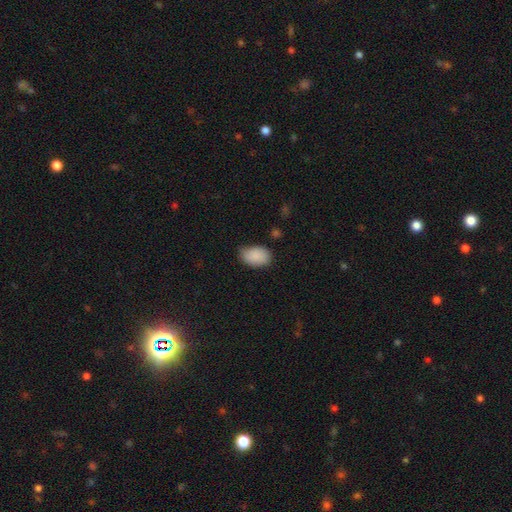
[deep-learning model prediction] Overall: smooth (87%). How rounded: in between (85%). Merging: none (58%; minor disturbance 34%).